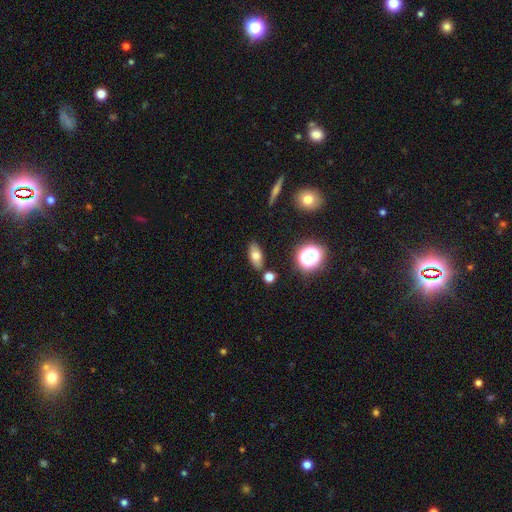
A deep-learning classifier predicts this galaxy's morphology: Overall: smooth (67%). How rounded: in between (78%). Merging: none (82%).